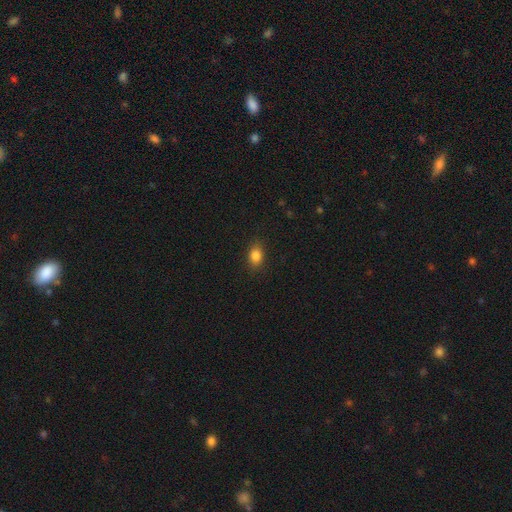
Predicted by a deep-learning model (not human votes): Morphology: type=smooth (84%); roundness=in between (70%); merging=none (86%).